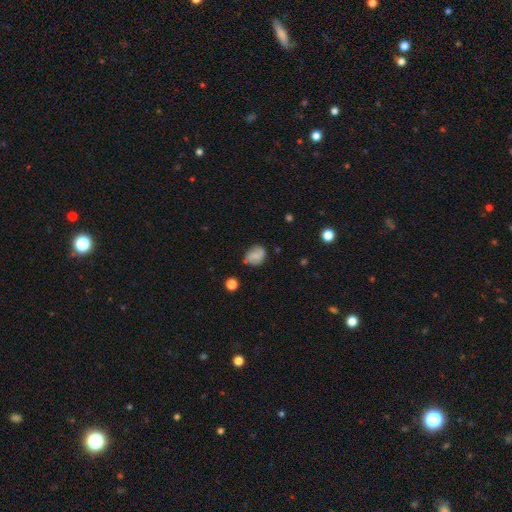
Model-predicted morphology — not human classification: type=smooth (57%); roundness=round (50%); merging=none (65%).